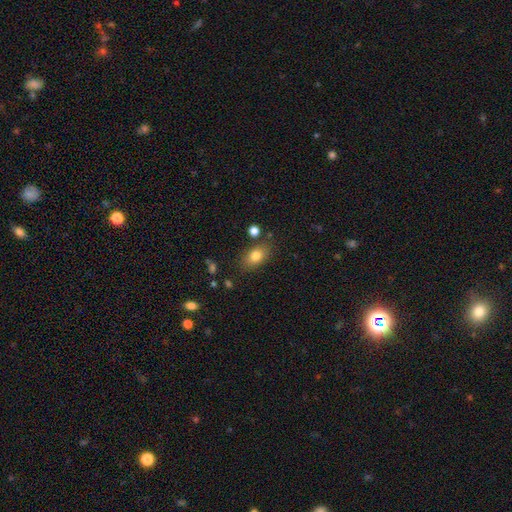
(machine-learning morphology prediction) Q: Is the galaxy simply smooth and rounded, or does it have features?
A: smooth — 81%.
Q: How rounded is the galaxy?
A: in between — 82%.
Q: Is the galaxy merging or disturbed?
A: none — 78%.